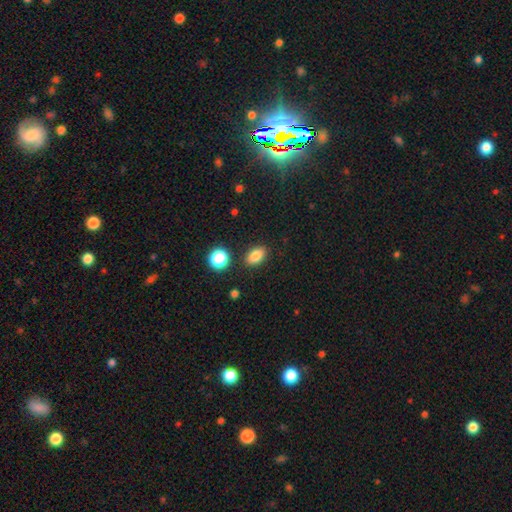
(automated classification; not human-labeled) Smooth or featured?
  - smooth: 83% *
  - star or artifact: 10%
  - featured or disk: 7%
How rounded?
  - in between: 86% *
  - round: 11%
  - cigar-shaped: 3%
Merging?
  - none: 86% *
  - minor disturbance: 9%
  - merger: 3%
  - major disturbance: 2%